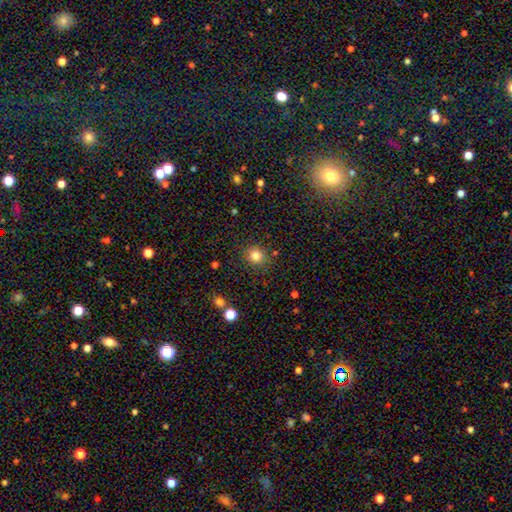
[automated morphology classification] smooth_or_featured: smooth (p=0.82) [alt: star or artifact p=0.12]
how_rounded: round (p=0.84) [alt: in between p=0.15]
merging: none (p=0.86) [alt: minor disturbance p=0.09]